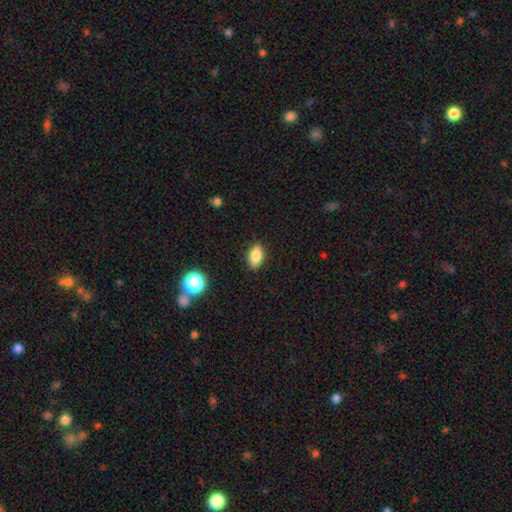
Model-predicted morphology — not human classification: Smooth or featured? Predicted: smooth (p=0.79). How rounded? Predicted: in between (p=0.85). Merging? Predicted: none (p=0.87).